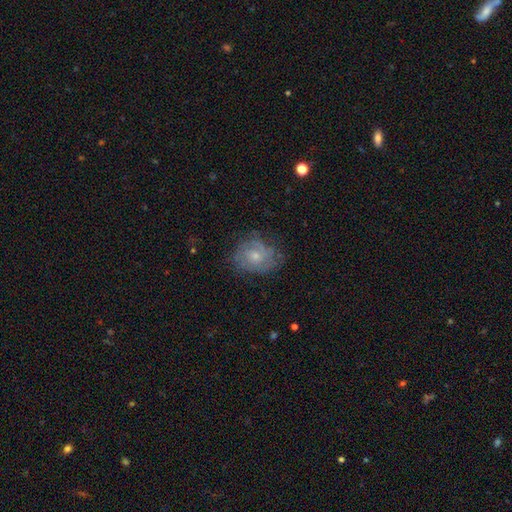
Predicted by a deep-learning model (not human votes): Smooth or featured? Predicted: featured or disk (p=0.56). Edge-on disk? Predicted: no (p=0.97). Bar? Predicted: no (p=0.78). Spiral arms? Predicted: yes (p=0.73). Bulge size? Predicted: small (p=0.55). Merging? Predicted: none (p=0.62).